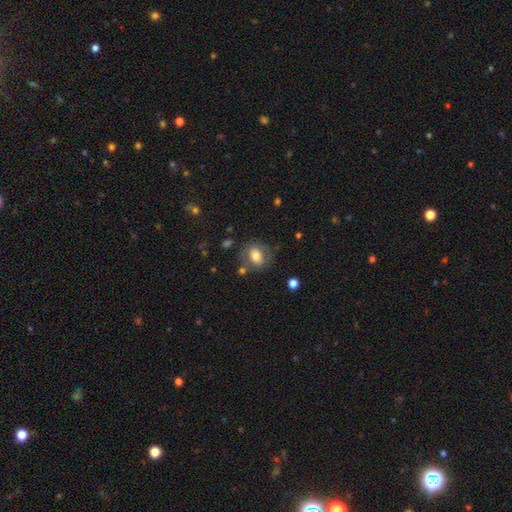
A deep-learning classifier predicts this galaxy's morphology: The model was most divided on "how rounded": in between: 61%, round: 37%, cigar-shaped: 2%. More confident: merging — none (70%); smooth or featured — smooth (69%).